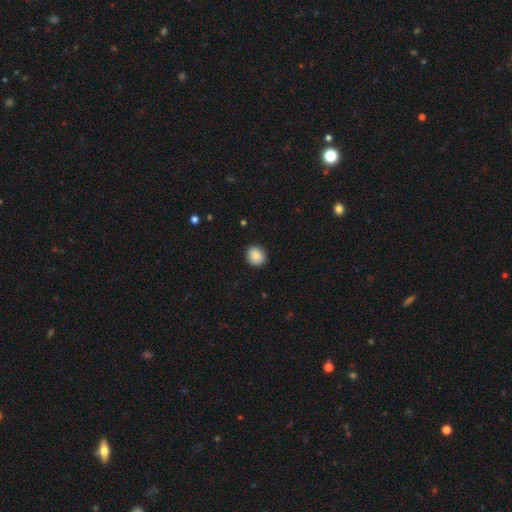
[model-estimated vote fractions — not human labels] This appears to be a smooth galaxy with no disk features (88%) that is round (67%). Merging: none (90%).